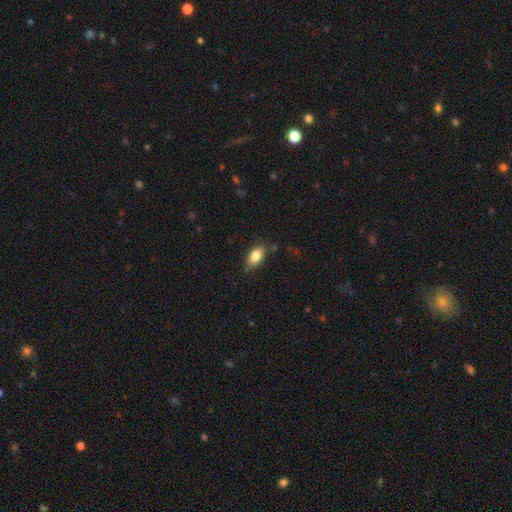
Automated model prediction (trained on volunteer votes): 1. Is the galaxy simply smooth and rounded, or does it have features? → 84% smooth, 9% featured or disk, 8% star or artifact.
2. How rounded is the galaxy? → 89% in between, 6% round, 4% cigar-shaped.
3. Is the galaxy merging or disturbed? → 79% none, 16% minor disturbance, 3% major disturbance, 2% merger.